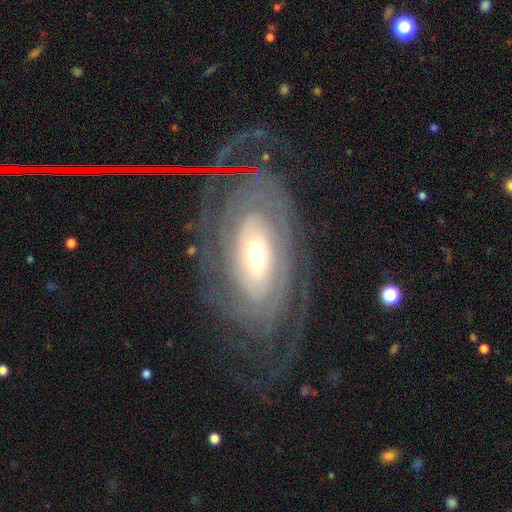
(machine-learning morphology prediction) A featured or disk galaxy (87%) with no bar (53%), tight (69%) spiral arms (95%) and a moderate central bulge (52%). Merging: none (69%).